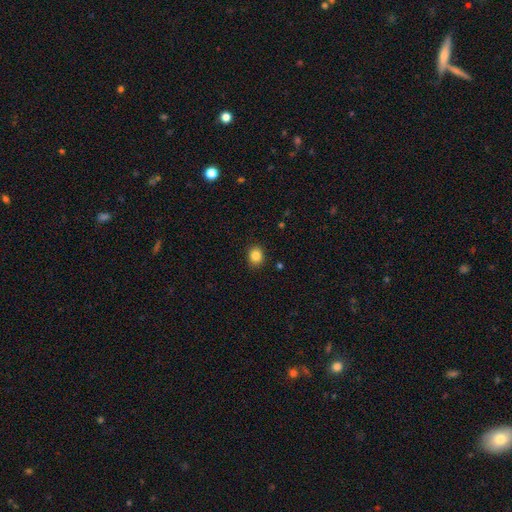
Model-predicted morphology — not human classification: smooth-or-featured: smooth: 86% | star or artifact: 10% | featured or disk: 4%
  how-rounded: round: 62% | in between: 37% | cigar-shaped: 1%
  merging: none: 90% | minor disturbance: 7% | major disturbance: 2% | merger: 1%